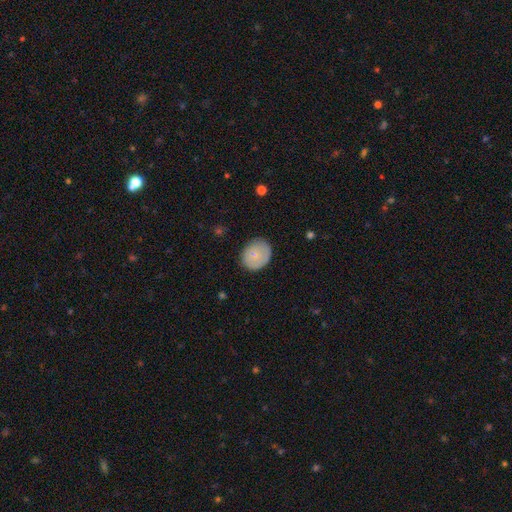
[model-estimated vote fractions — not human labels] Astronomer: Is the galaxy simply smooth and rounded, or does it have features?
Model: smooth — 73%.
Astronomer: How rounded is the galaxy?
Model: round — 63%.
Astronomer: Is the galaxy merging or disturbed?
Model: none — 78%.